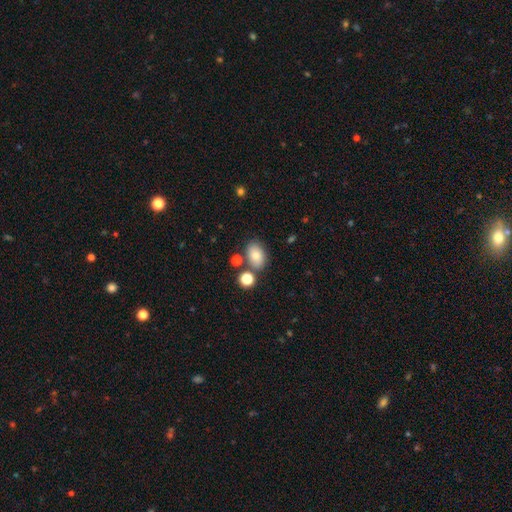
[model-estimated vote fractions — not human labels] Overall: smooth (79%). How rounded: in between (83%). Merging: none (72%).